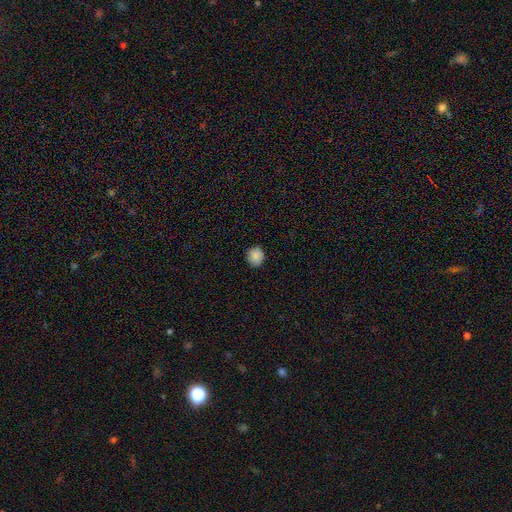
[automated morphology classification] smooth_or_featured: smooth (p=0.87) [alt: star or artifact p=0.09]
how_rounded: round (p=0.82) [alt: in between p=0.17]
merging: none (p=0.85) [alt: minor disturbance p=0.12]